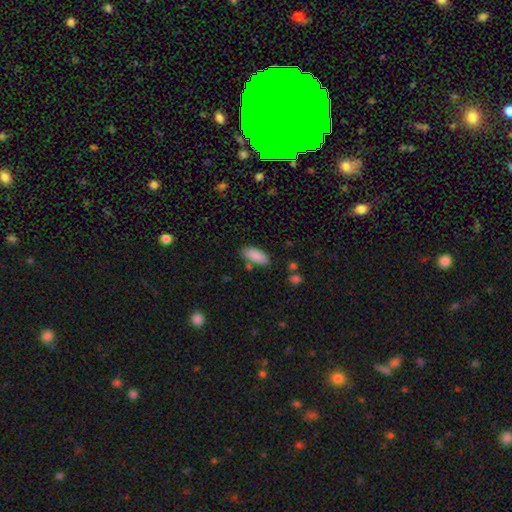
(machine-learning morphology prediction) smooth_or_featured: smooth (p=0.89) [alt: star or artifact p=0.06]
how_rounded: in between (p=0.88) [alt: cigar-shaped p=0.10]
merging: none (p=0.79) [alt: minor disturbance p=0.12]